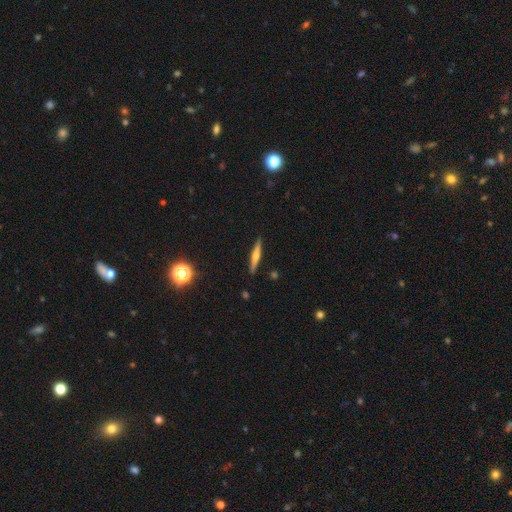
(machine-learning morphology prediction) Smooth or featured?
  - featured or disk: 64% *
  - smooth: 28%
  - star or artifact: 7%
Edge-on disk?
  - yes: 97% *
  - no: 3%
Edge-on bulge?
  - rounded: 89% *
  - none: 6%
  - boxy: 5%
Merging?
  - none: 90% *
  - minor disturbance: 7%
  - major disturbance: 1%
  - merger: 1%